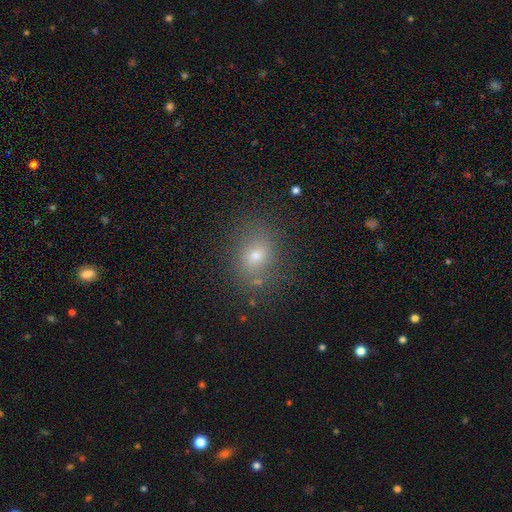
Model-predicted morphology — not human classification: This is likely a smooth galaxy (68%). How rounded: possibly in between (53%). Merging: likely none (78%).